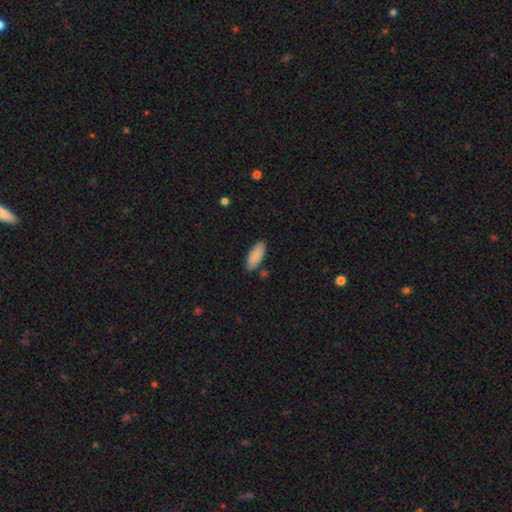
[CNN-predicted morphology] Smooth or featured? smooth (88%)
How rounded? in between (79%)
Merging? none (82%)